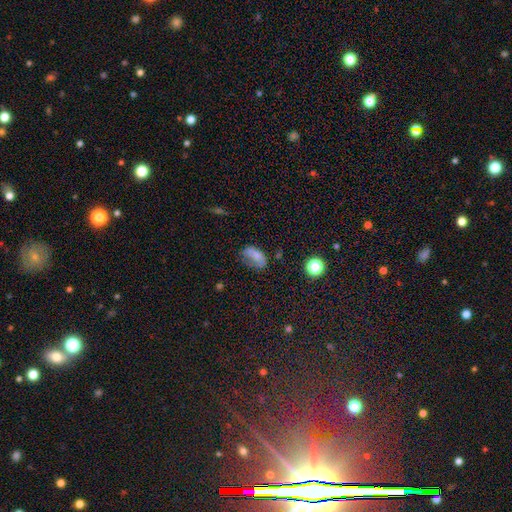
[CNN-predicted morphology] smooth-or-featured: smooth: 69% | featured or disk: 19% | star or artifact: 12%
  how-rounded: in between: 87% | round: 9% | cigar-shaped: 3%
  merging: none: 41% | minor disturbance: 33% | major disturbance: 22% | merger: 3%